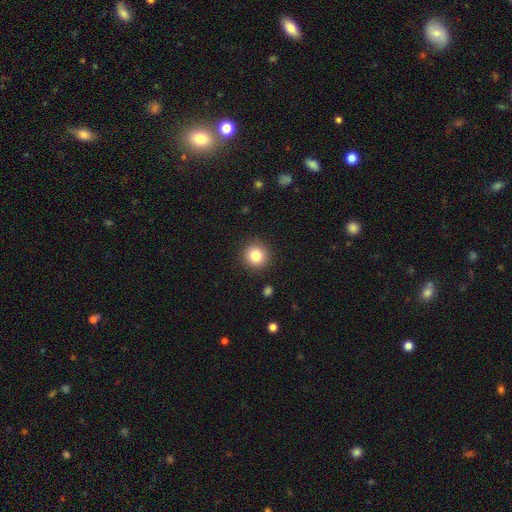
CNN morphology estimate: The model was most divided on "smooth or featured": smooth: 83%, star or artifact: 10%, featured or disk: 7%. More confident: how rounded — round (93%); merging — none (91%).